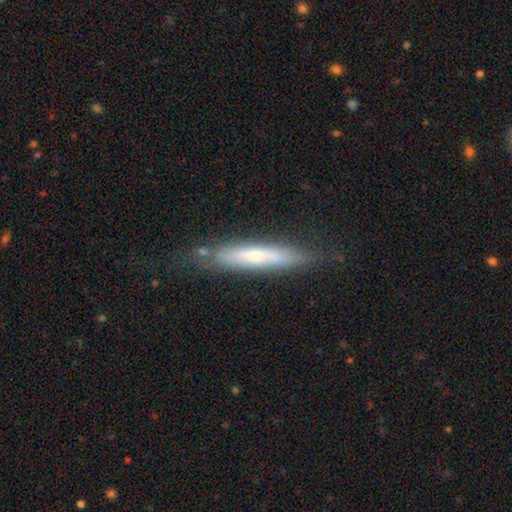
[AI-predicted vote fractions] A smooth galaxy with no disk features (53%) that is cigar-shaped (90%).

Vote fractions:
- Smooth or featured? smooth: 53% / featured or disk: 41% / star or artifact: 7%
- How rounded? cigar-shaped: 90% / in between: 9% / round: 1%
- Merging? none: 74% / minor disturbance: 17% / major disturbance: 5% / merger: 3%